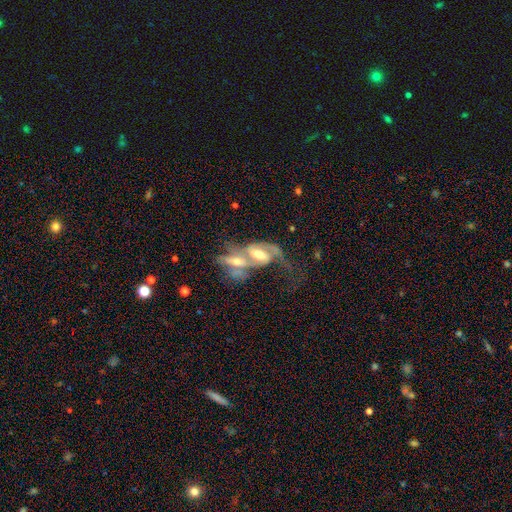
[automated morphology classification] The model was most divided on "bar": no: 50%, weak: 32%, strong: 18%. More confident: edge-on disk — no (84%); merging — merger (74%); spiral arms — yes (74%); smooth or featured — featured or disk (72%); bulge size — moderate (62%).